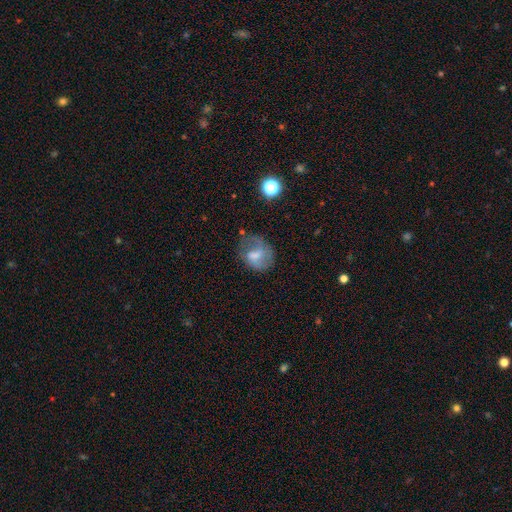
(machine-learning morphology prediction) This is possibly a featured or disk galaxy (46%). Merging: possibly none (47%).